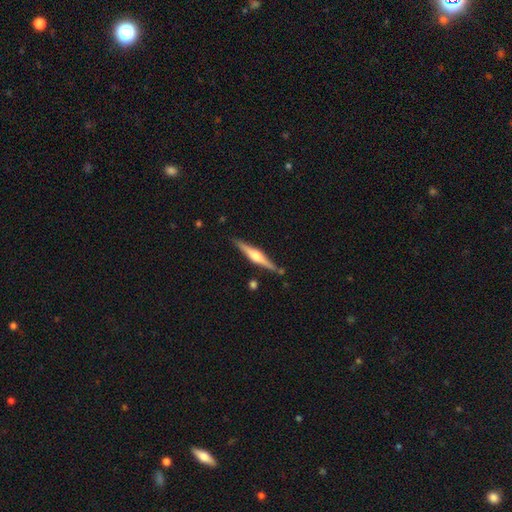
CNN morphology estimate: smooth_or_featured: featured or disk (p=0.73) [alt: smooth p=0.22]
disk_edge_on: yes (p=0.98) [alt: no p=0.02]
edge_on_bulge: rounded (p=0.88) [alt: boxy p=0.09]
merging: none (p=0.84) [alt: minor disturbance p=0.10]